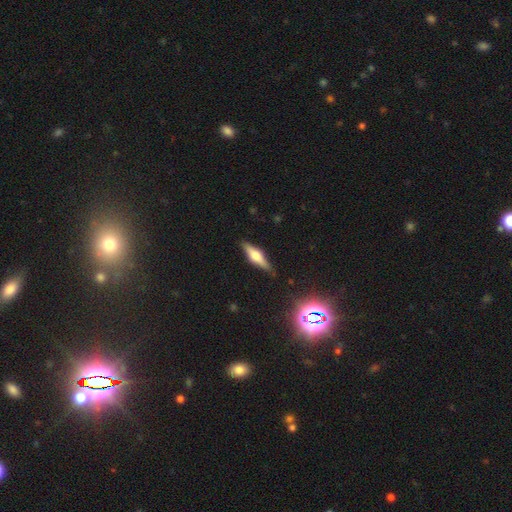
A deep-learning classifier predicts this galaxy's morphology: This is likely a featured or disk galaxy (61%). It is clearly viewed edge-on (96%). Edge-on bulge: clearly rounded (88%). Merging: clearly none (87%).